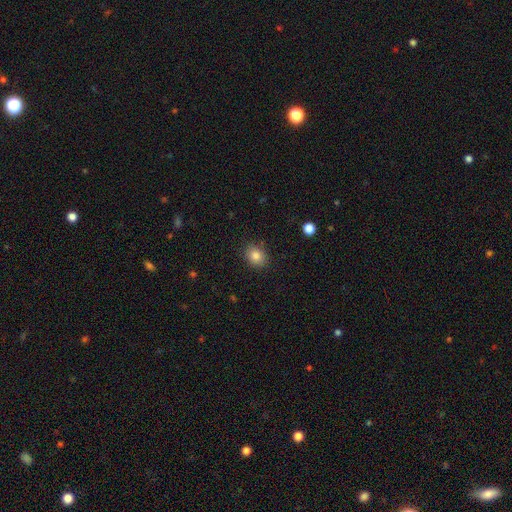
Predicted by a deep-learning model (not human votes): This appears to be a smooth galaxy with no disk features (84%) that is round (56%). Merging: none (88%).